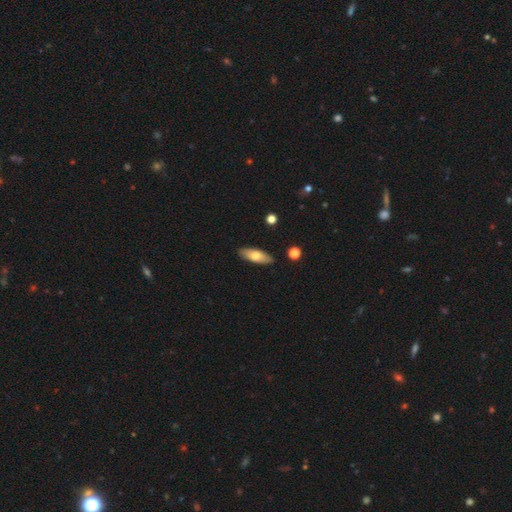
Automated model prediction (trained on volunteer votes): Smooth or featured?
  - smooth: 69% *
  - featured or disk: 25%
  - star or artifact: 6%
How rounded?
  - in between: 69% *
  - cigar-shaped: 29%
  - round: 2%
Merging?
  - none: 88% *
  - minor disturbance: 9%
  - major disturbance: 2%
  - merger: 2%